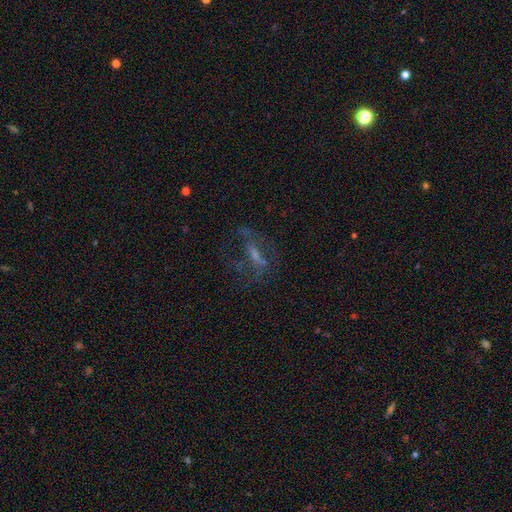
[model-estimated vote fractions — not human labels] This appears to be a featured or disk galaxy (54%). Merging: none (54%).